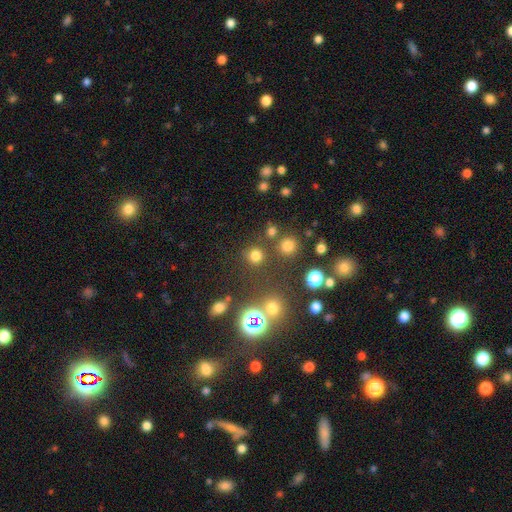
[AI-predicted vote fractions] Smooth or featured: smooth — 73% (star or artifact — 21%)
How rounded: round — 92% (in between — 7%)
Merging: none — 82% (minor disturbance — 8%)